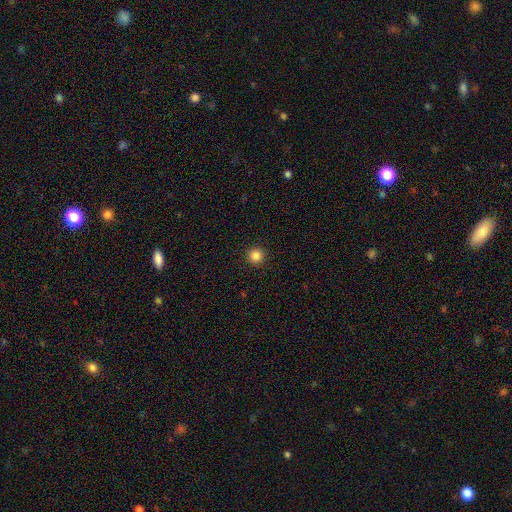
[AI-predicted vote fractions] Morphology: type=smooth (85%); roundness=round (96%); merging=none (93%).